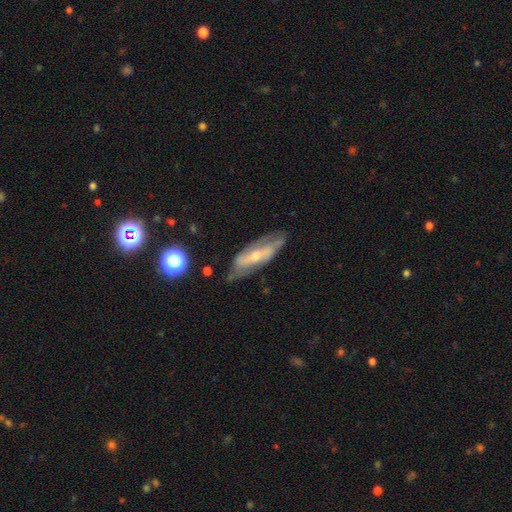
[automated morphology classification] This is likely a featured or disk galaxy (70%). It is likely not viewed edge-on (74%). Bar: marginally no (43%). Spiral arm pattern: likely yes (73%). Central bulge: possibly small (52%). Merging: likely none (68%).